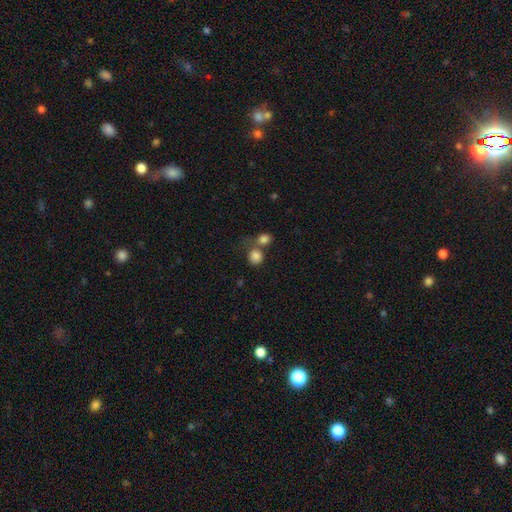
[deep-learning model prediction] Q: Smooth or featured?
A: smooth (83%); runner-up: star or artifact (10%)
Q: How rounded?
A: round (82%); runner-up: in between (17%)
Q: Merging?
A: none (46%); runner-up: merger (42%)